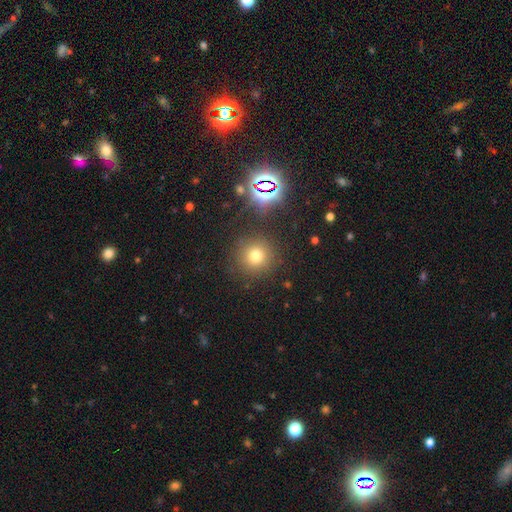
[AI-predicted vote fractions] This appears to be a smooth galaxy with no disk features (70%) that is round (94%). Merging: none (86%).